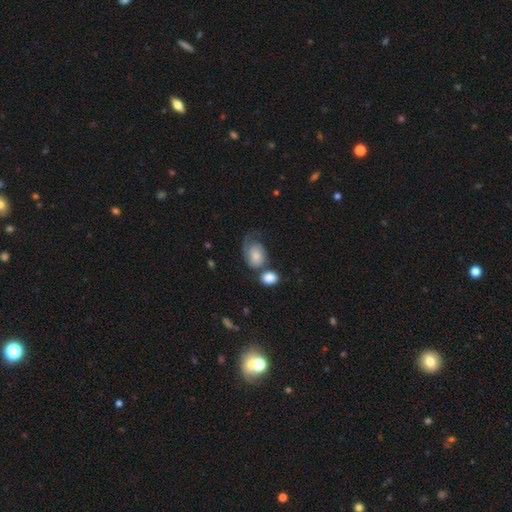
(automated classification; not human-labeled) Smooth or featured?
  - smooth: 65% *
  - featured or disk: 28%
  - star or artifact: 7%
How rounded?
  - in between: 71% *
  - round: 28%
  - cigar-shaped: 1%
Merging?
  - none: 28% *
  - major disturbance: 27%
  - minor disturbance: 23%
  - merger: 21%